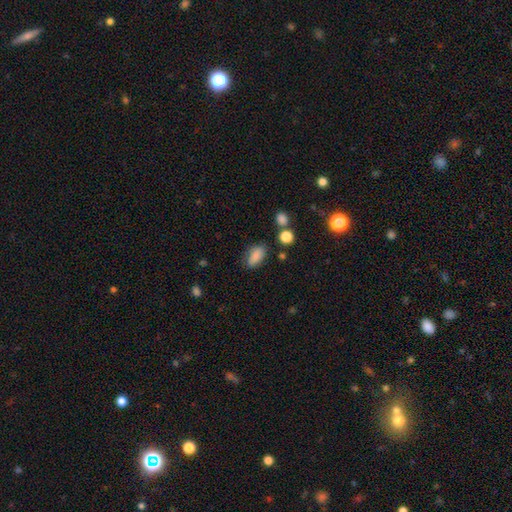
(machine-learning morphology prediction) Overall: smooth (85%). How rounded: in between (89%). Merging: none (71%).